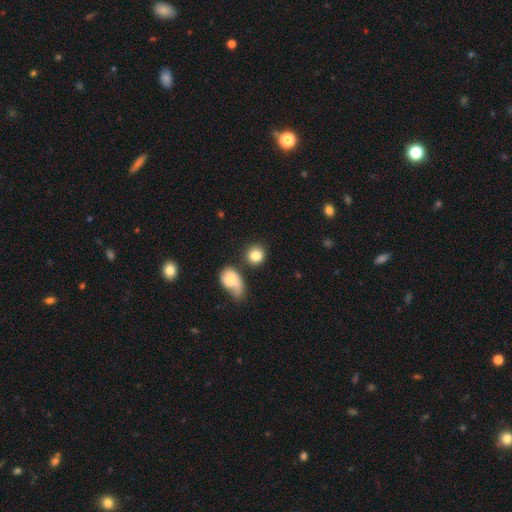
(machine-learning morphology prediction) Smooth or featured: smooth — 83% (star or artifact — 9%)
How rounded: round — 85% (in between — 14%)
Merging: none — 73% (minor disturbance — 11%)